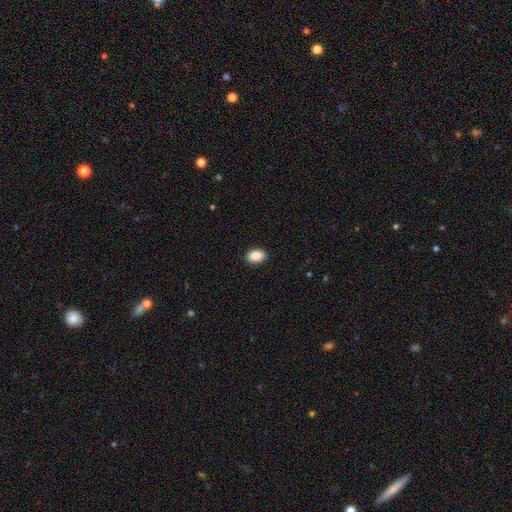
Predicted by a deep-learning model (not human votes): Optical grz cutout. It shows a smooth galaxy with no disk features (89%) that is in between round and cigar-shaped (85%). Merging: none (89%).